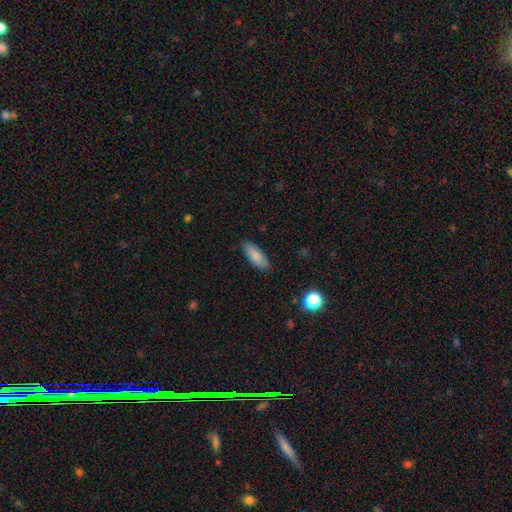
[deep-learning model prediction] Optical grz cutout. It shows a smooth galaxy with no disk features (85%) that is in between round and cigar-shaped (76%). Merging: none (86%).